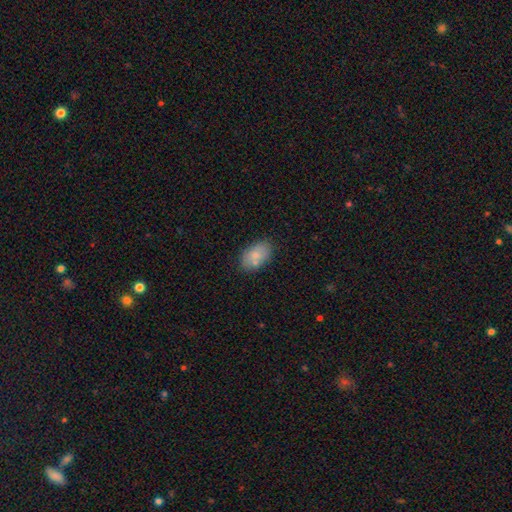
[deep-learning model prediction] Q: Smooth or featured?
A: smooth (78%); runner-up: featured or disk (15%)
Q: How rounded?
A: in between (91%); runner-up: round (7%)
Q: Merging?
A: none (72%); runner-up: minor disturbance (15%)